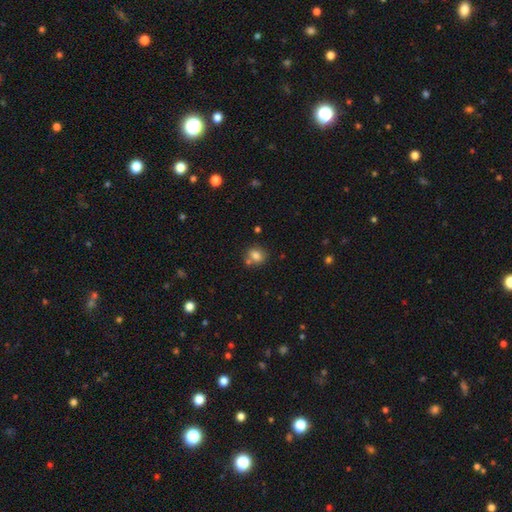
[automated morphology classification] type=smooth (80%); roundness=round (62%); merging=none (66%).